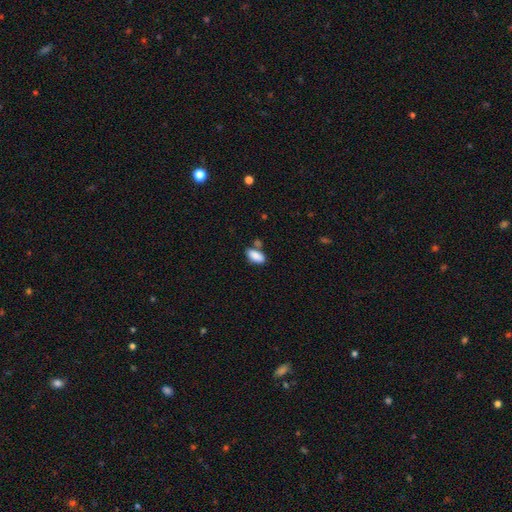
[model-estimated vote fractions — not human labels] Smooth or featured: smooth — 87% (star or artifact — 7%)
How rounded: in between — 91% (cigar-shaped — 6%)
Merging: none — 65% (minor disturbance — 16%)